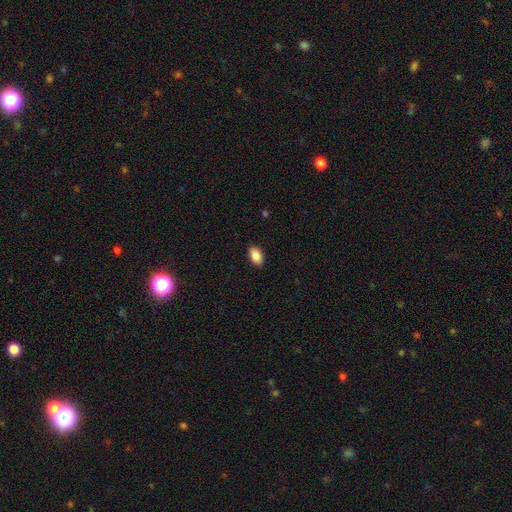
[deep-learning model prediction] The model was most divided on "smooth or featured": smooth: 88%, star or artifact: 7%, featured or disk: 4%. More confident: how rounded — in between (93%); merging — none (90%).